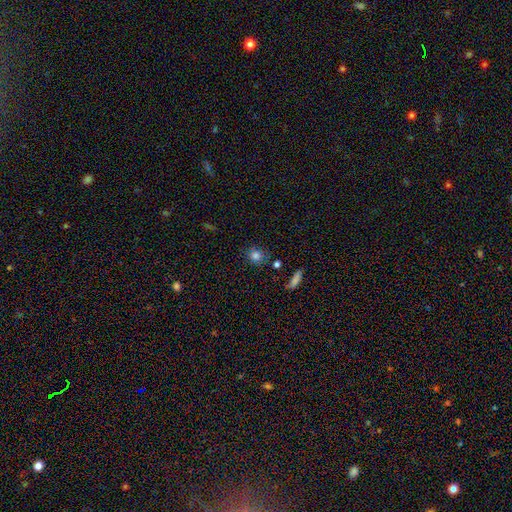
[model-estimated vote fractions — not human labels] smooth-or-featured: smooth: 82% | star or artifact: 12% | featured or disk: 6%
  how-rounded: round: 84% | in between: 14% | cigar-shaped: 2%
  merging: none: 82% | minor disturbance: 11% | merger: 4% | major disturbance: 3%